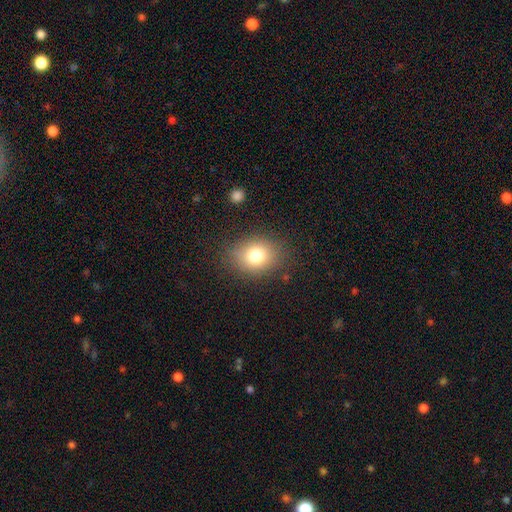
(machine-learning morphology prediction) Q: Smooth or featured?
A: smooth (77%); runner-up: star or artifact (13%)
Q: How rounded?
A: round (51%); runner-up: in between (48%)
Q: Merging?
A: none (83%); runner-up: minor disturbance (11%)